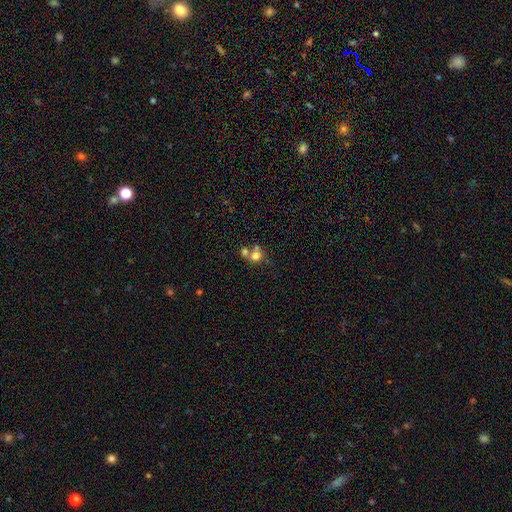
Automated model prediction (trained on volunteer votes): smooth_or_featured: smooth (p=0.71) [alt: featured or disk p=0.16]
how_rounded: round (p=0.74) [alt: in between p=0.25]
merging: merger (p=0.57) [alt: none p=0.31]